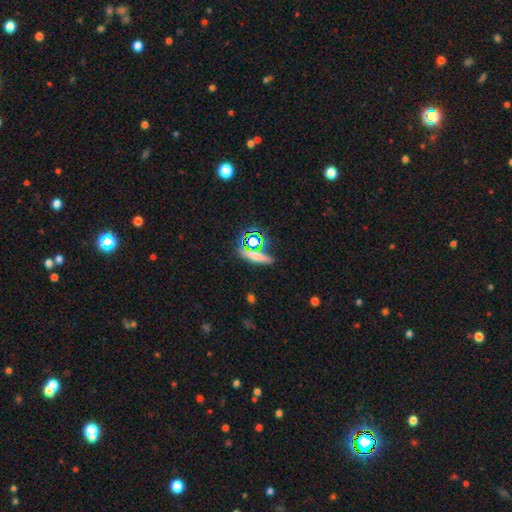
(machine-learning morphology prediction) A smooth galaxy with no disk features (55%) that is cigar-shaped (58%).

Vote fractions:
- Smooth or featured? smooth: 55% / star or artifact: 25% / featured or disk: 20%
- How rounded? cigar-shaped: 58% / in between: 28% / round: 15%
- Merging? none: 73% / minor disturbance: 12% / merger: 10% / major disturbance: 5%